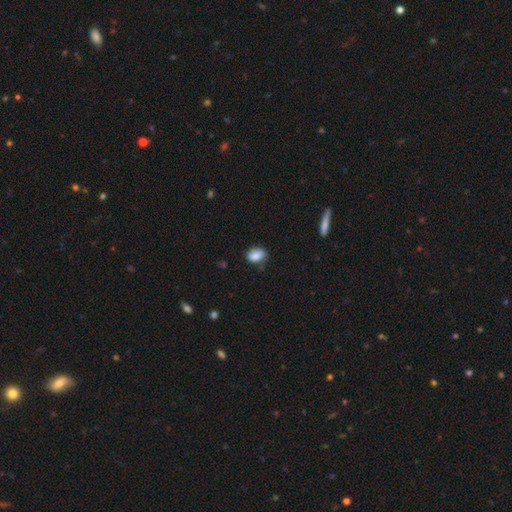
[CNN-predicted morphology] The model was most divided on "merging": none: 67%, minor disturbance: 25%, major disturbance: 6%, merger: 2%. More confident: smooth or featured — smooth (83%); how rounded — in between (78%).